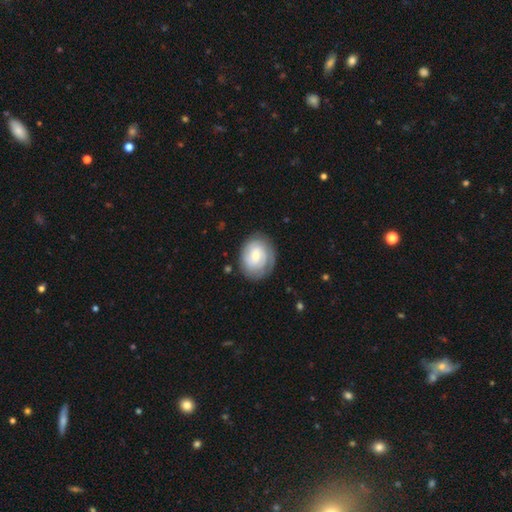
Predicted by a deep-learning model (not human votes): This is likely a featured or disk galaxy (64%). It is clearly not viewed edge-on (97%). Bar: possibly no (53%). Spiral arm pattern: clearly yes (88%). Spiral arm count: marginally 2 (39%). Spiral winding: likely tight (65%). Central bulge: possibly small (52%). Merging: likely none (77%).